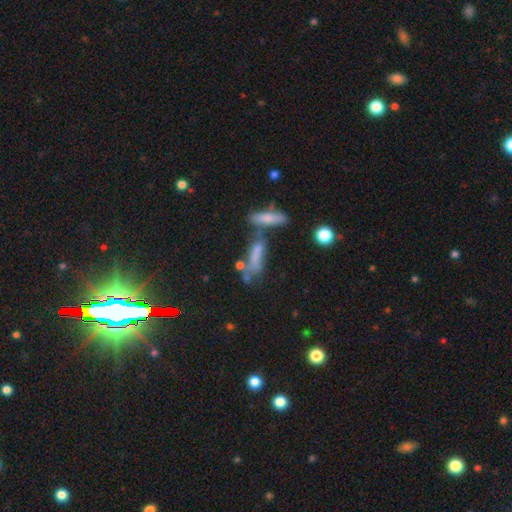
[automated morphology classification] Smooth or featured?
  - smooth: 58% *
  - featured or disk: 25%
  - star or artifact: 17%
How rounded?
  - cigar-shaped: 56% *
  - in between: 39%
  - round: 5%
Merging?
  - none: 40% *
  - merger: 35%
  - minor disturbance: 15%
  - major disturbance: 10%